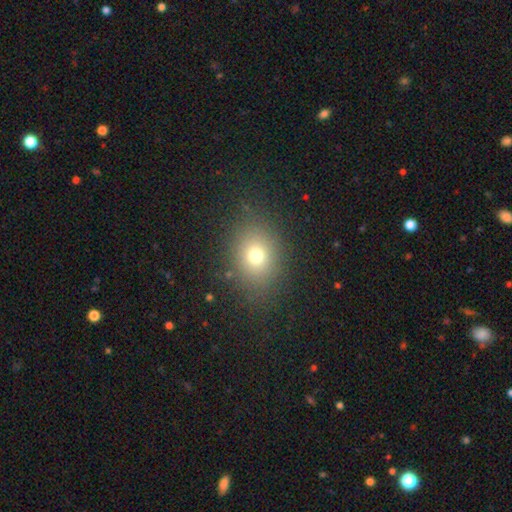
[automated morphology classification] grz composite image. It shows a smooth galaxy with no disk features (73%) that is round (53%). Merging: none (85%).